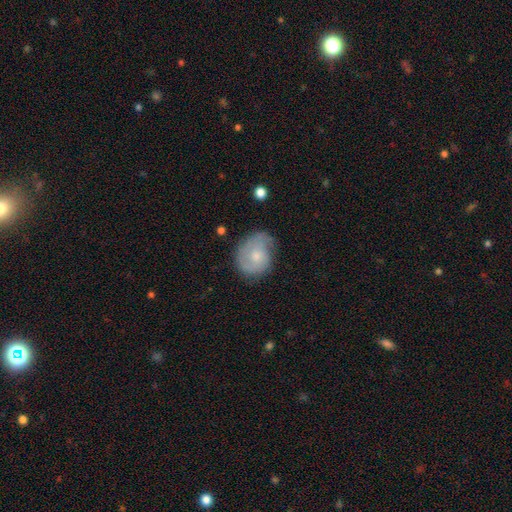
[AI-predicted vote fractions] Overall: featured or disk (55%; smooth 38%). Edge-on disk: no (97%). Bar: no (74%). Spiral arms: yes (85%). Bulge size: small (52%; moderate 40%). Merging: none (62%; minor disturbance 26%).